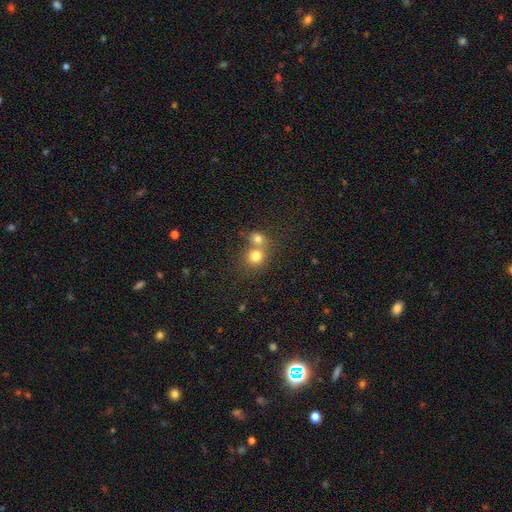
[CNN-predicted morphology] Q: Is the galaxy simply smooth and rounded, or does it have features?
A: smooth — 77%.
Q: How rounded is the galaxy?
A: round — 81%.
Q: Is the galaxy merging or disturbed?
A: merger — 54%.